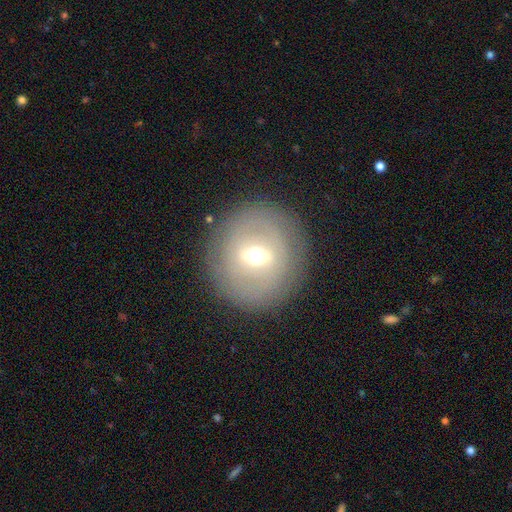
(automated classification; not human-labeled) A featured or disk galaxy (48%).

Vote fractions:
- Smooth or featured? featured or disk: 48% / smooth: 41% / star or artifact: 11%
- Merging? none: 87% / minor disturbance: 8% / major disturbance: 4% / merger: 1%